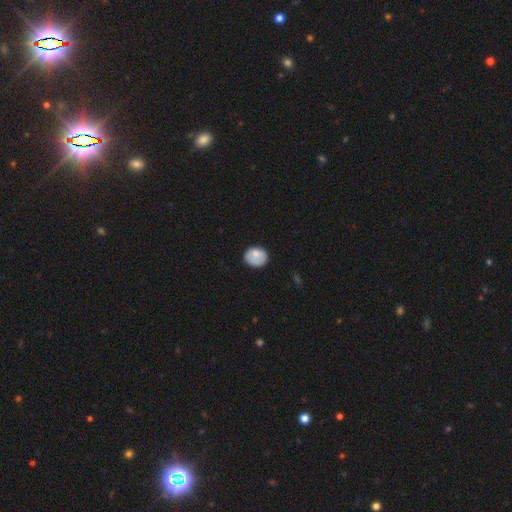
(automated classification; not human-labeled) Overall: smooth (78%). How rounded: round (61%; in between 38%). Merging: none (73%).